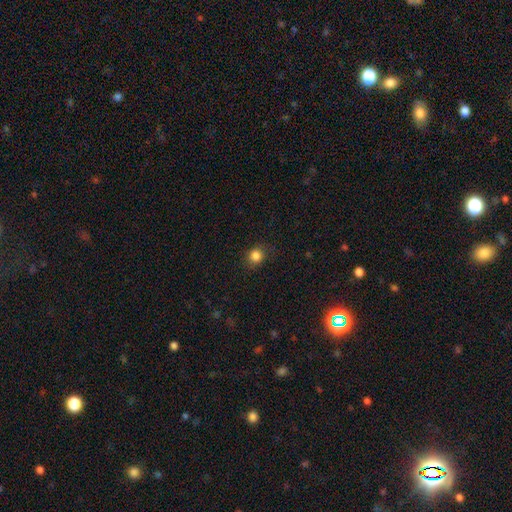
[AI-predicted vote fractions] smooth 84%, star or artifact 12%, featured or disk 4%. Down the decision tree: how rounded — round (82%); merging — none (85%).